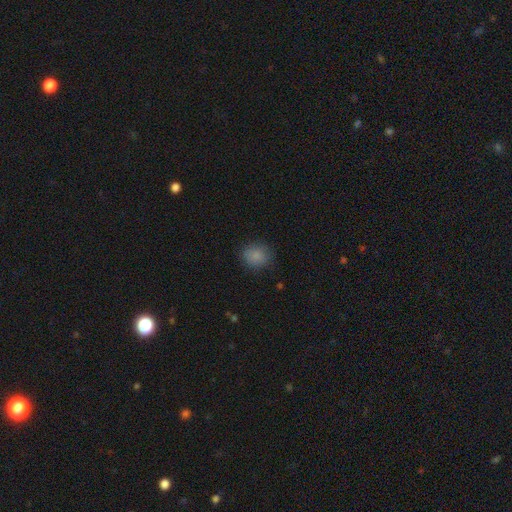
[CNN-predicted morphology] This appears to be a smooth galaxy with no disk features (86%) that is round (78%). Merging: none (84%).